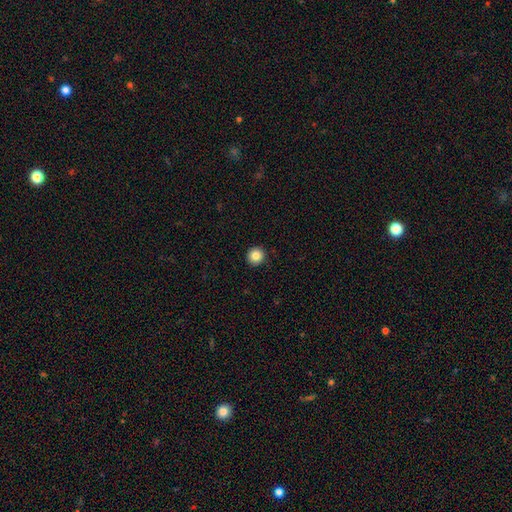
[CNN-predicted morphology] Smooth or featured? Predicted: smooth (p=0.85). How rounded? Predicted: round (p=0.95). Merging? Predicted: none (p=0.93).